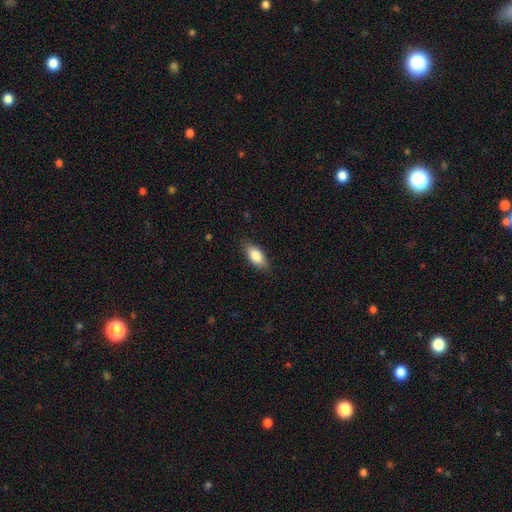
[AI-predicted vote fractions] A smooth galaxy with no disk features (81%) that is in between round and cigar-shaped (86%). Merging: none (85%).